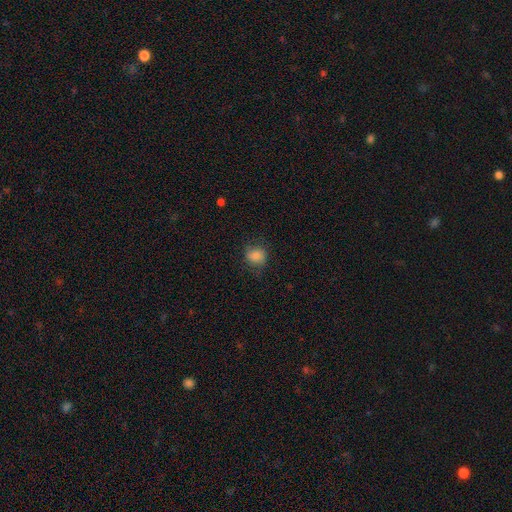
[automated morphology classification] type=smooth (80%); roundness=round (76%); merging=none (76%).